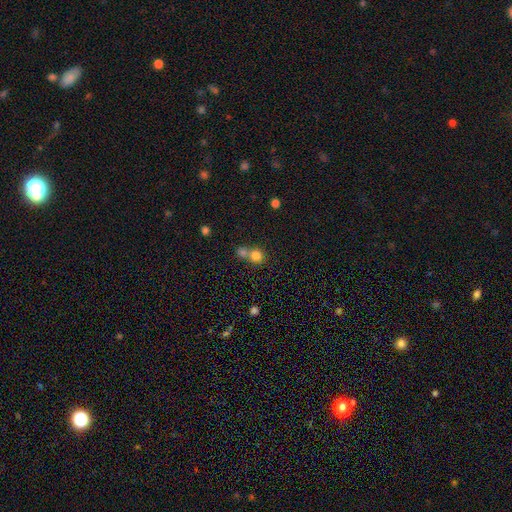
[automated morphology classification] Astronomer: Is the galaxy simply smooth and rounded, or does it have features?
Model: smooth — 80%.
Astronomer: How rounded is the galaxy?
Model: round — 87%.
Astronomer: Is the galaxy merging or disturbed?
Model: merger — 49% (runner-up: none, 42%).